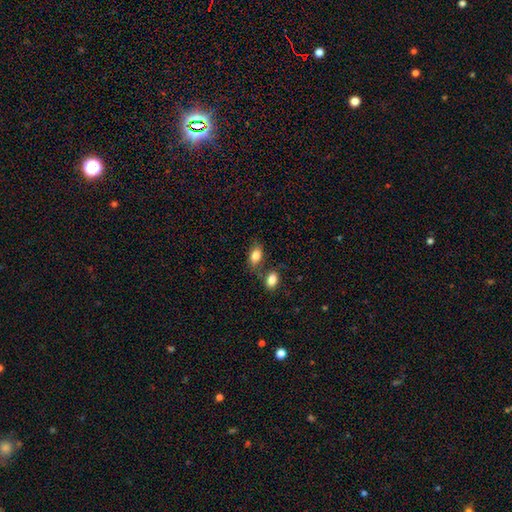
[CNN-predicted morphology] Smooth or featured: smooth — 82% (featured or disk — 10%)
How rounded: in between — 87% (round — 11%)
Merging: none — 60% (merger — 21%)